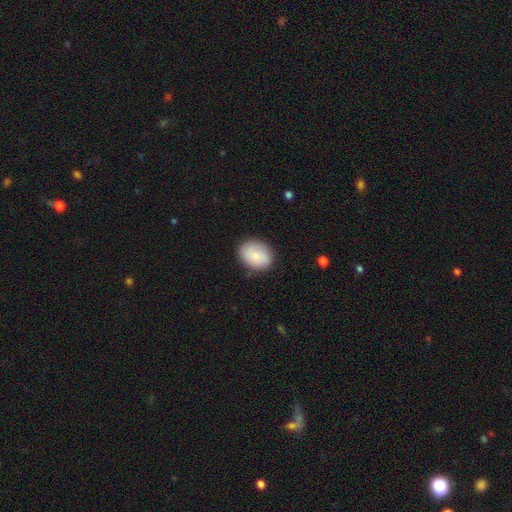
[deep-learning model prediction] Overall: smooth (77%). How rounded: in between (56%; round 43%). Merging: none (81%).